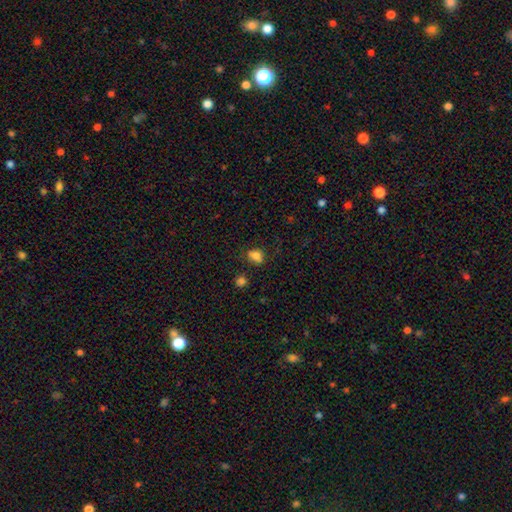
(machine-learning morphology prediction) A smooth galaxy with no disk features (81%) that is in between round and cigar-shaped (61%).

Vote fractions:
- Smooth or featured? smooth: 81% / star or artifact: 13% / featured or disk: 7%
- How rounded? in between: 61% / round: 38% / cigar-shaped: 1%
- Merging? none: 65% / minor disturbance: 22% / major disturbance: 7% / merger: 6%